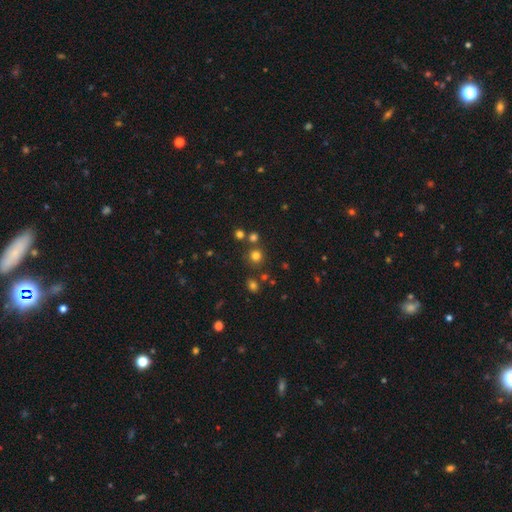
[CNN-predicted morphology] This is likely a smooth galaxy (74%). How rounded: clearly round (92%). Merging: likely none (79%).